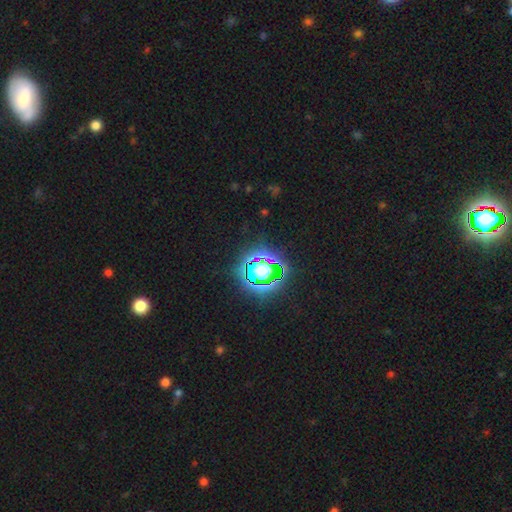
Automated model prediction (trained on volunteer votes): Q: Smooth or featured?
A: star or artifact (78%); runner-up: smooth (14%)